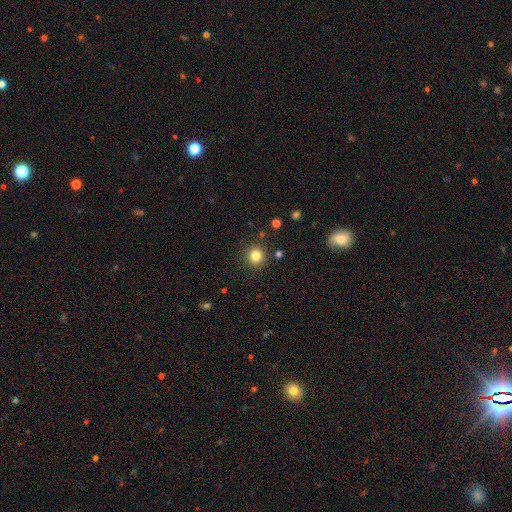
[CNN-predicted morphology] type=smooth (82%); roundness=round (91%); merging=none (89%).